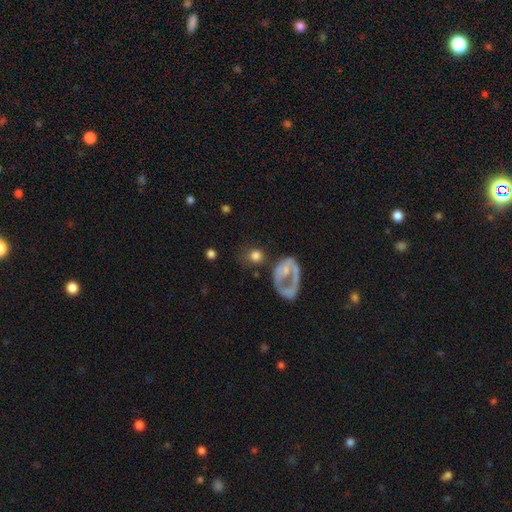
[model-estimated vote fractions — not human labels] A smooth galaxy with no disk features (70%) that is round (77%). Merging: none (58%).